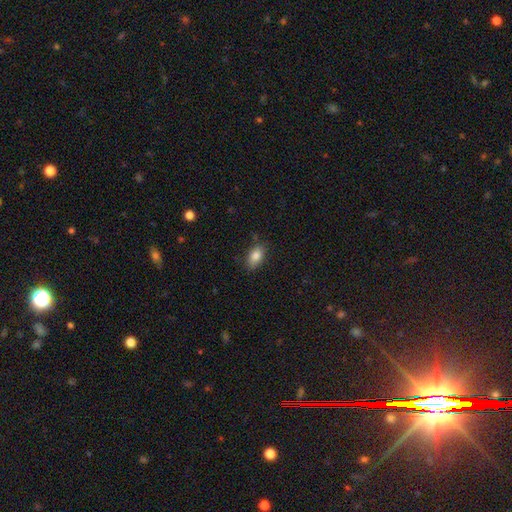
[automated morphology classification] smooth_or_featured: smooth (p=0.85) [alt: star or artifact p=0.08]
how_rounded: in between (p=0.89) [alt: round p=0.08]
merging: none (p=0.81) [alt: minor disturbance p=0.15]